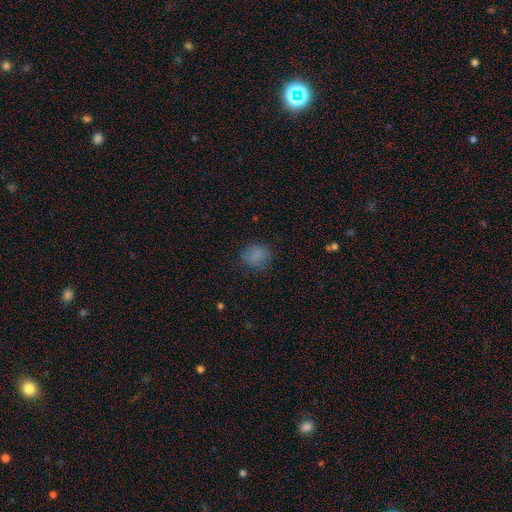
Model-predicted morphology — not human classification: A smooth galaxy with no disk features (82%) that is round (75%).

Vote fractions:
- Smooth or featured? smooth: 82% / star or artifact: 12% / featured or disk: 6%
- How rounded? round: 75% / in between: 24% / cigar-shaped: 1%
- Merging? none: 82% / minor disturbance: 13% / major disturbance: 4% / merger: 1%